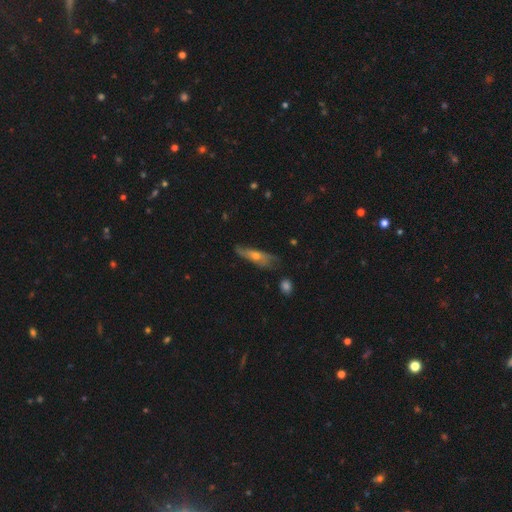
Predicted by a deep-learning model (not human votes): A featured or disk galaxy (50%) viewed edge-on (54%).

Vote fractions:
- Smooth or featured? featured or disk: 50% / smooth: 41% / star or artifact: 8%
- Edge-on disk? yes: 54% / no: 46%
- Merging? none: 60% / minor disturbance: 29% / major disturbance: 9% / merger: 3%